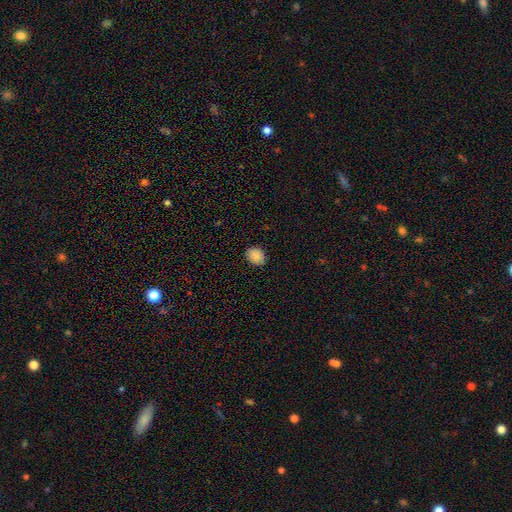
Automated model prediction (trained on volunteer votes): smooth-or-featured: smooth: 89% | star or artifact: 8% | featured or disk: 3%
  how-rounded: round: 53% | in between: 46% | cigar-shaped: 1%
  merging: none: 88% | minor disturbance: 9% | major disturbance: 2% | merger: 1%